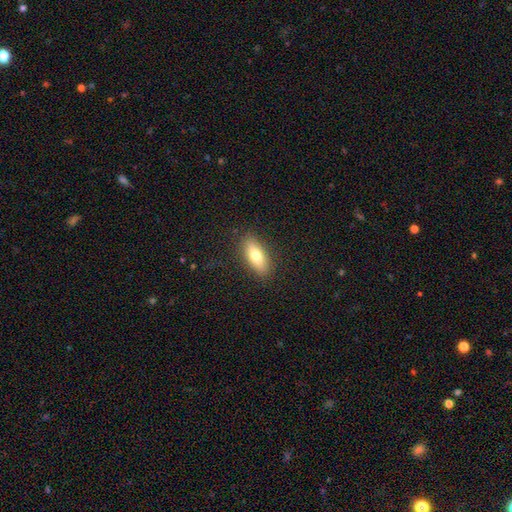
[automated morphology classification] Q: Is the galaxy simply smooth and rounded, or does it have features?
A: smooth — 73%.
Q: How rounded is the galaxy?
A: in between — 76%.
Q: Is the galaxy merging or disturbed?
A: none — 88%.